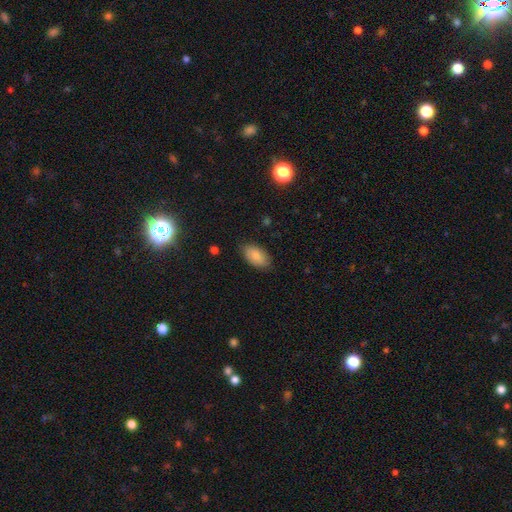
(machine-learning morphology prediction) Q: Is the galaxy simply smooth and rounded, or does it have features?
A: smooth — 83%.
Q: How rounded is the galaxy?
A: in between — 94%.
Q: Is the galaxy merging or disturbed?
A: none — 82%.